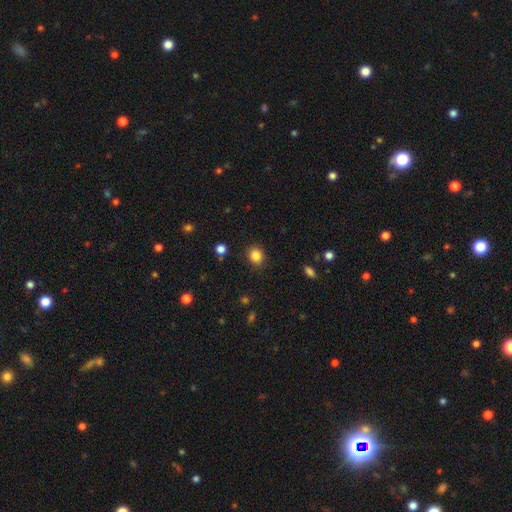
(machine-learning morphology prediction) A smooth galaxy with no disk features (85%) that is round (73%).

Vote fractions:
- Smooth or featured? smooth: 85% / star or artifact: 11% / featured or disk: 4%
- How rounded? round: 73% / in between: 27% / cigar-shaped: 1%
- Merging? none: 87% / minor disturbance: 9% / major disturbance: 3% / merger: 1%